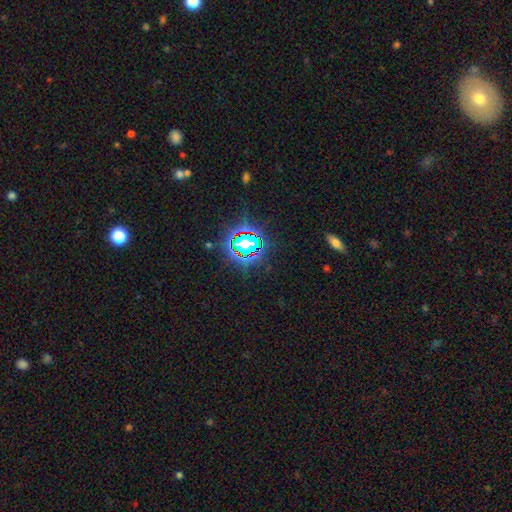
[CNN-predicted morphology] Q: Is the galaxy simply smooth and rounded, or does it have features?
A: star or artifact — 79%.